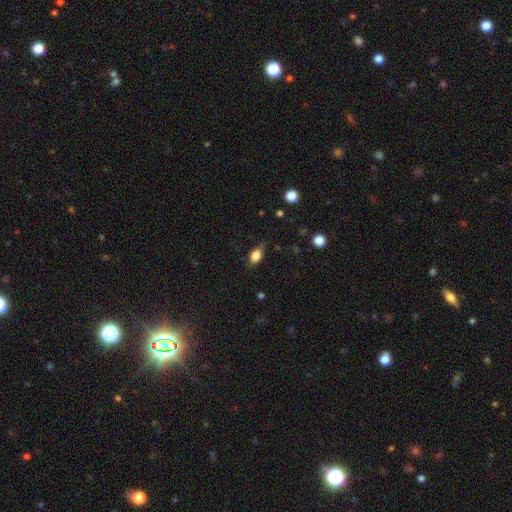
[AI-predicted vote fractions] Smooth or featured? smooth (75%)
How rounded? in between (77%)
Merging? none (69%)